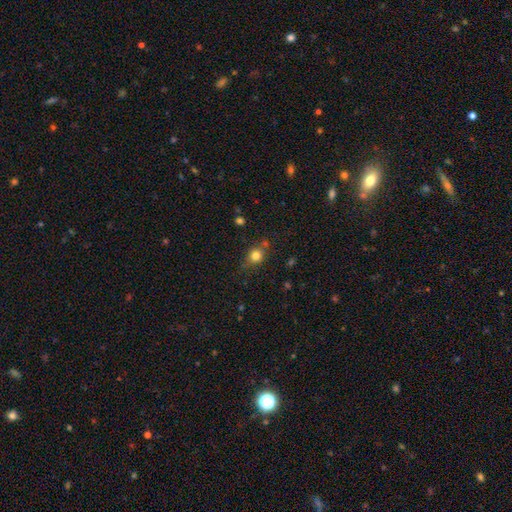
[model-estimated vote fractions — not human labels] A smooth galaxy with no disk features (79%) that is round (78%).

Vote fractions:
- Smooth or featured? smooth: 79% / star or artifact: 13% / featured or disk: 8%
- How rounded? round: 78% / in between: 21% / cigar-shaped: 1%
- Merging? none: 69% / minor disturbance: 19% / merger: 7% / major disturbance: 5%